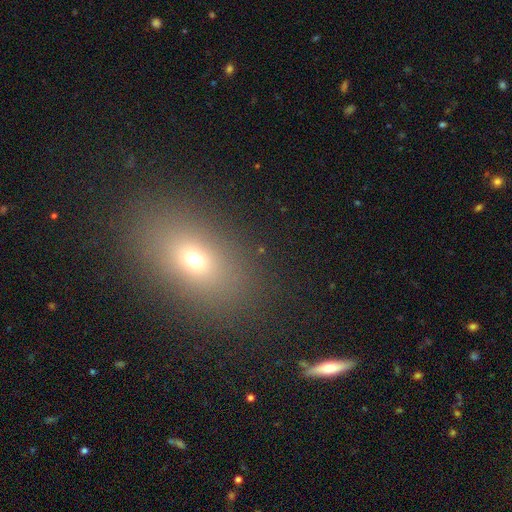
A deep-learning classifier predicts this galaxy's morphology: smooth 62%, star or artifact 22%, featured or disk 15%. Down the decision tree: how rounded — in between (70%); merging — none (86%).